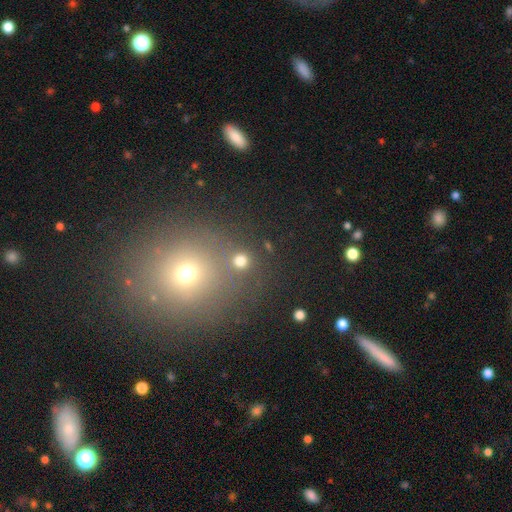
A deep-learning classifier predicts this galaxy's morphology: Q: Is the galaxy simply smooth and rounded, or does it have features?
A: smooth — 55%.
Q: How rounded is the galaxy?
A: round — 81%.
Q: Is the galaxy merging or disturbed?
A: none — 81%.